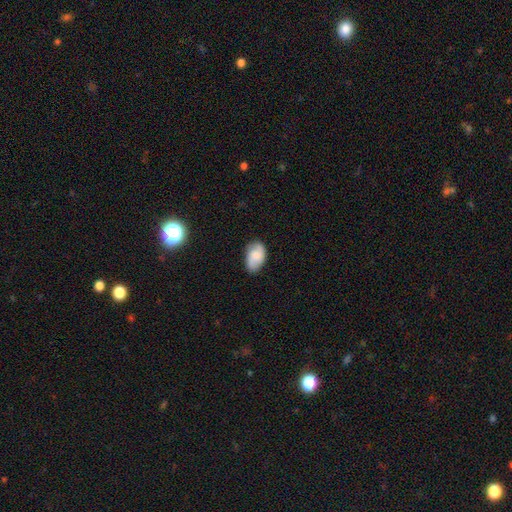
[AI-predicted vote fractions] Smooth or featured?
  - smooth: 64% *
  - featured or disk: 27%
  - star or artifact: 9%
How rounded?
  - in between: 91% *
  - round: 8%
  - cigar-shaped: 2%
Merging?
  - none: 75% *
  - minor disturbance: 19%
  - major disturbance: 4%
  - merger: 1%